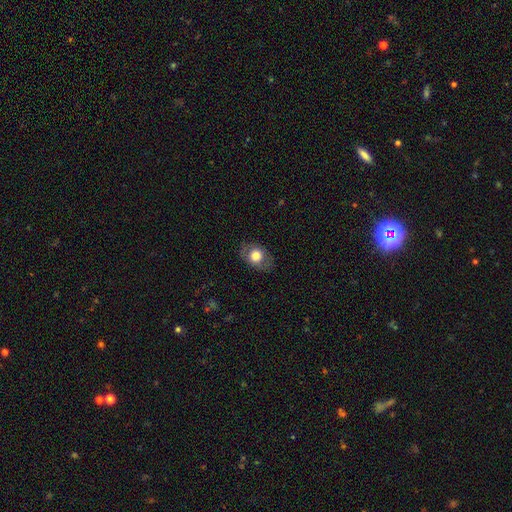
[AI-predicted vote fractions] The model was most divided on "how rounded": in between: 64%, round: 35%, cigar-shaped: 1%. More confident: merging — none (78%); smooth or featured — smooth (68%).